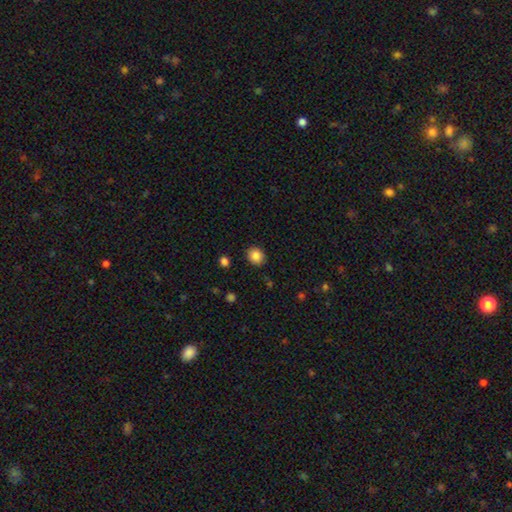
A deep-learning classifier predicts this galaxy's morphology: Smooth or featured?
  - smooth: 86% *
  - star or artifact: 9%
  - featured or disk: 5%
How rounded?
  - round: 70% *
  - in between: 29%
  - cigar-shaped: 1%
Merging?
  - none: 88% *
  - minor disturbance: 8%
  - major disturbance: 2%
  - merger: 1%